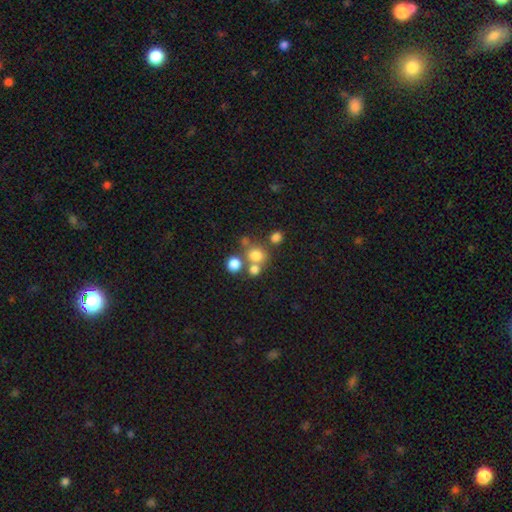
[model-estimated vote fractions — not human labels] Smooth or featured: smooth — 71% (star or artifact — 16%)
How rounded: round — 81% (in between — 18%)
Merging: none — 53% (merger — 34%)